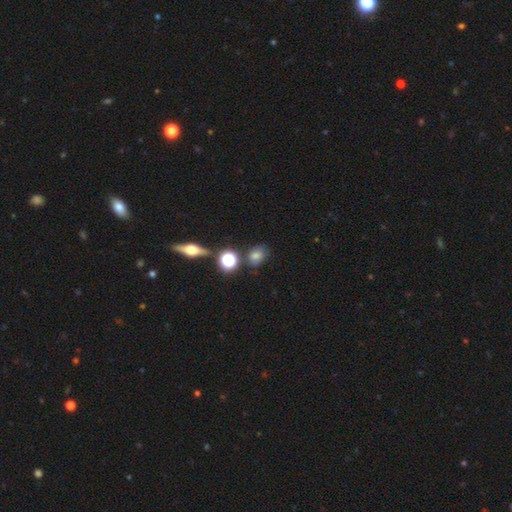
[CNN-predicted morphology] This is likely a smooth galaxy (62%). How rounded: possibly round (52%). Merging: likely none (77%).